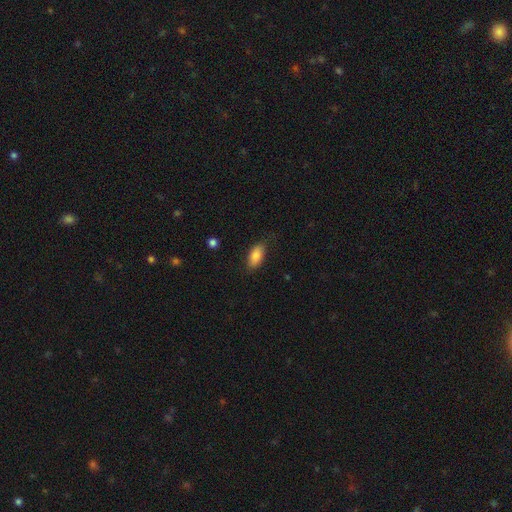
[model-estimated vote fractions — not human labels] Morphology: type=smooth (84%); roundness=in between (90%); merging=none (77%).